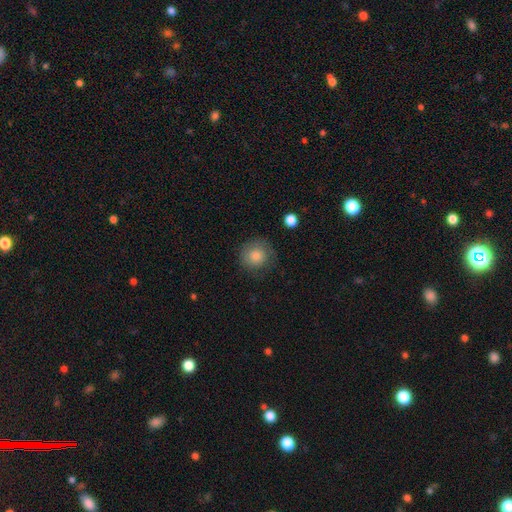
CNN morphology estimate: Smooth or featured? Predicted: smooth (p=0.76). How rounded? Predicted: round (p=0.91). Merging? Predicted: none (p=0.78).